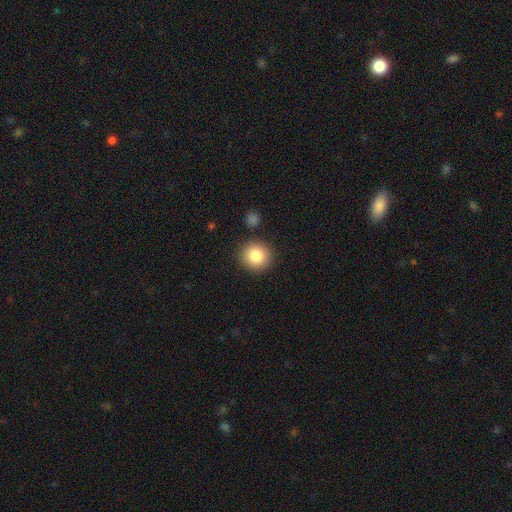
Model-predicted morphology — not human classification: A smooth galaxy with no disk features (84%) that is round (91%). Merging: none (87%).